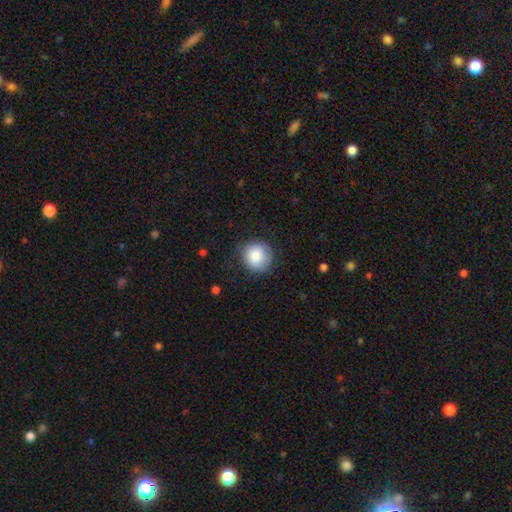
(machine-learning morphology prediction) smooth_or_featured: smooth (p=0.86) [alt: star or artifact p=0.07]
how_rounded: round (p=0.89) [alt: in between p=0.10]
merging: none (p=0.75) [alt: minor disturbance p=0.19]